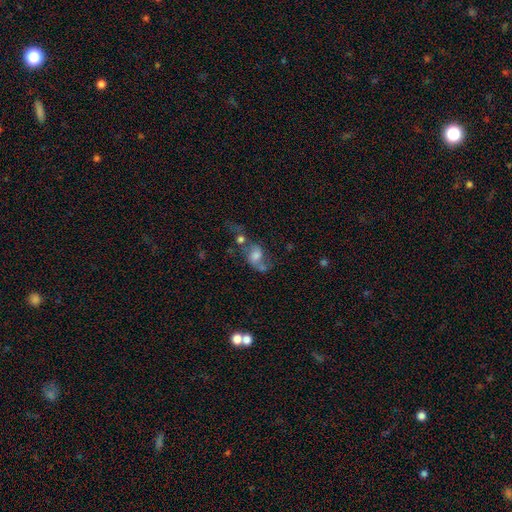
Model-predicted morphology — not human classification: Smooth or featured?
  - smooth: 46% *
  - featured or disk: 41%
  - star or artifact: 14%
Merging?
  - merger: 39% *
  - none: 23%
  - major disturbance: 23%
  - minor disturbance: 15%